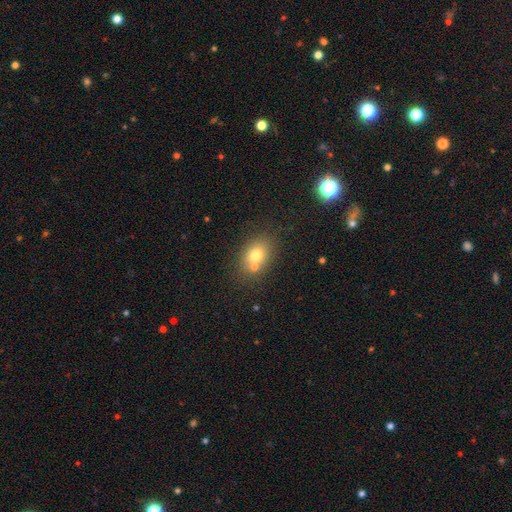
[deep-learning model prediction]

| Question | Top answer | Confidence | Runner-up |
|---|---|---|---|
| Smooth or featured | smooth | 72% | featured or disk (16%) |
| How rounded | in between | 63% | round (35%) |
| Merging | none | 60% | merger (25%) |